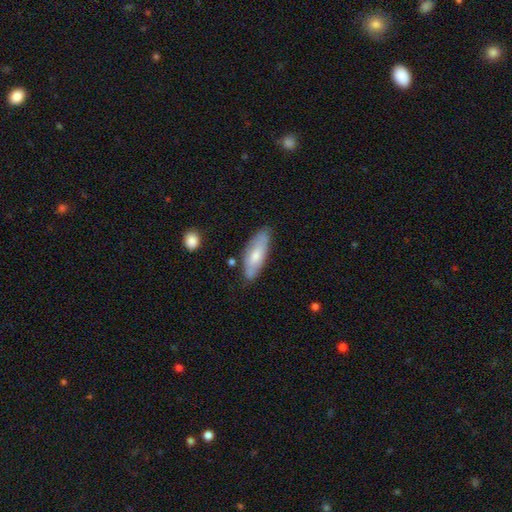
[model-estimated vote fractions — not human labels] Smooth or featured? Predicted: smooth (p=0.66). How rounded? Predicted: in between (p=0.69). Merging? Predicted: none (p=0.73).